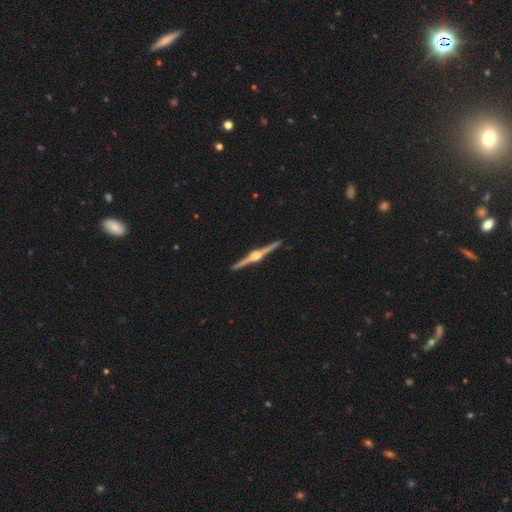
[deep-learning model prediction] smooth-or-featured: featured or disk: 90% | smooth: 5% | star or artifact: 4%
  disk-edge-on: yes: 99% | no: 1%
    edge-on-bulge: rounded: 94% | boxy: 4% | none: 2%
  merging: none: 93% | minor disturbance: 5% | major disturbance: 1% | merger: 1%